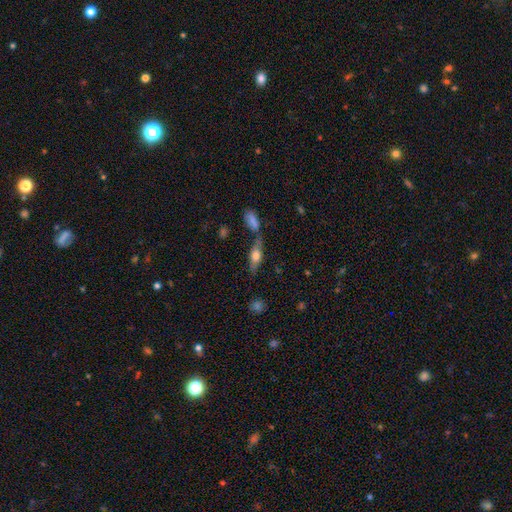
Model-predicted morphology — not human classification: The model was most divided on "smooth or featured": smooth: 55%, featured or disk: 37%, star or artifact: 8%. More confident: how rounded — in between (58%); merging — none (56%).